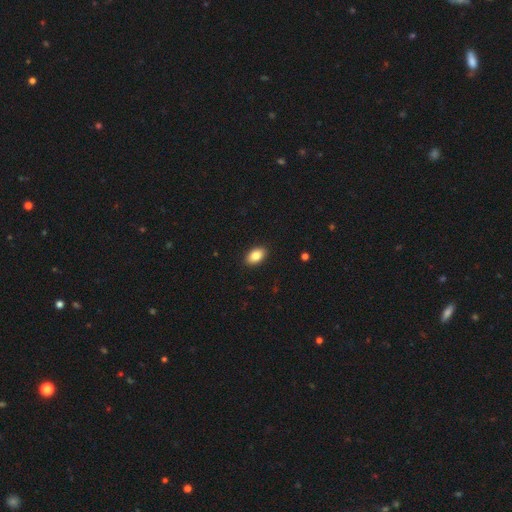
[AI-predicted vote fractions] This appears to be a smooth galaxy with no disk features (85%) that is in between round and cigar-shaped (91%). Merging: none (90%).